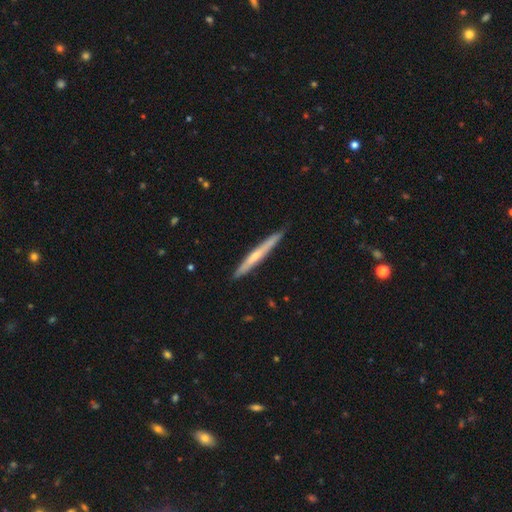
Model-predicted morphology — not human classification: smooth_or_featured: featured or disk (p=0.51) [alt: smooth p=0.44]
disk_edge_on: yes (p=0.96) [alt: no p=0.04]
merging: none (p=0.88) [alt: minor disturbance p=0.09]